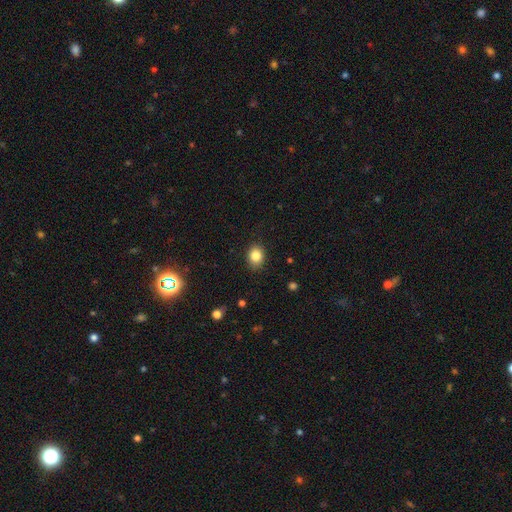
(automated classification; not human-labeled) Smooth or featured: smooth — 84% (star or artifact — 10%)
How rounded: in between — 50% (round — 49%)
Merging: none — 86% (minor disturbance — 11%)